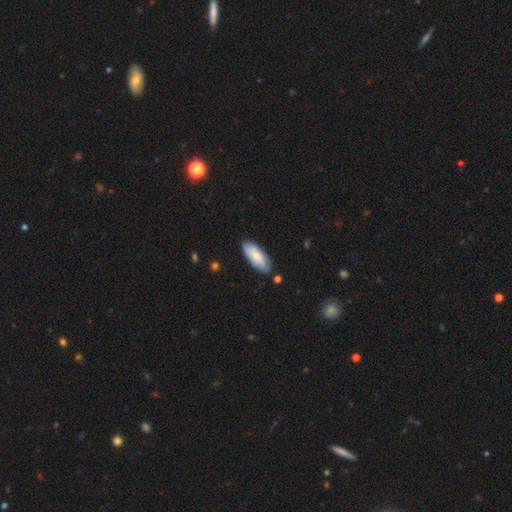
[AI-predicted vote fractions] Smooth or featured? Predicted: smooth (p=0.73). How rounded? Predicted: in between (p=0.81). Merging? Predicted: none (p=0.81).